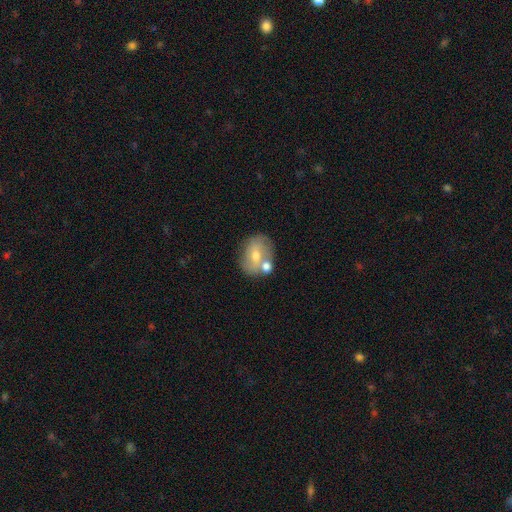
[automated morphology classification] A smooth galaxy with no disk features (50%) that is in between round and cigar-shaped (60%).

Vote fractions:
- Smooth or featured? smooth: 50% / featured or disk: 41% / star or artifact: 9%
- How rounded? in between: 60% / round: 39% / cigar-shaped: 1%
- Merging? none: 55% / merger: 25% / minor disturbance: 15% / major disturbance: 5%